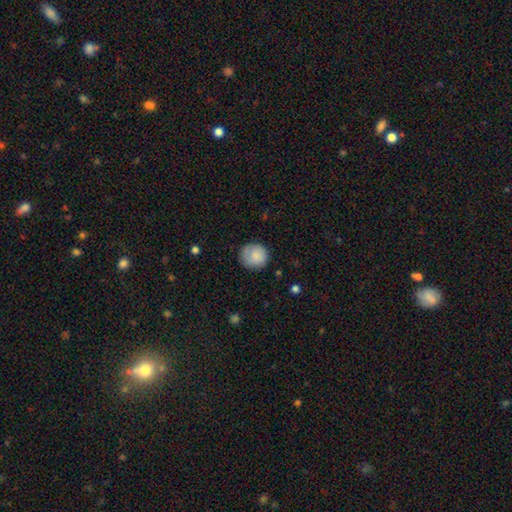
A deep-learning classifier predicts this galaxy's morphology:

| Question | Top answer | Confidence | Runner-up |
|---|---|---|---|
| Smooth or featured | smooth | 83% | featured or disk (10%) |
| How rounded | round | 89% | in between (10%) |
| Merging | none | 78% | minor disturbance (16%) |